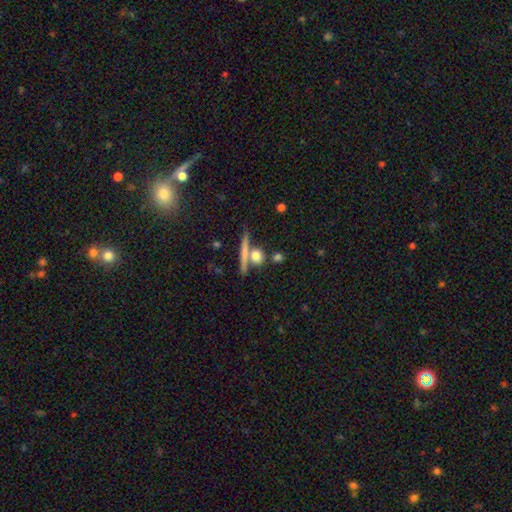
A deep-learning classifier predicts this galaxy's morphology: Q: Smooth or featured?
A: smooth (71%); runner-up: featured or disk (19%)
Q: How rounded?
A: round (56%); runner-up: cigar-shaped (29%)
Q: Merging?
A: none (65%); runner-up: merger (21%)